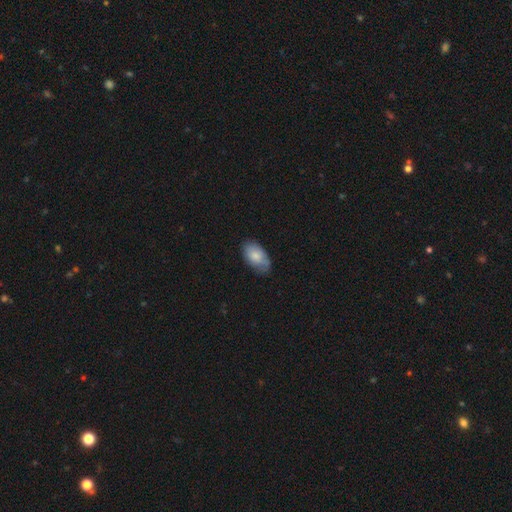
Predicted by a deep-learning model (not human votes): Smooth or featured? smooth (78%)
How rounded? in between (94%)
Merging? none (67%)